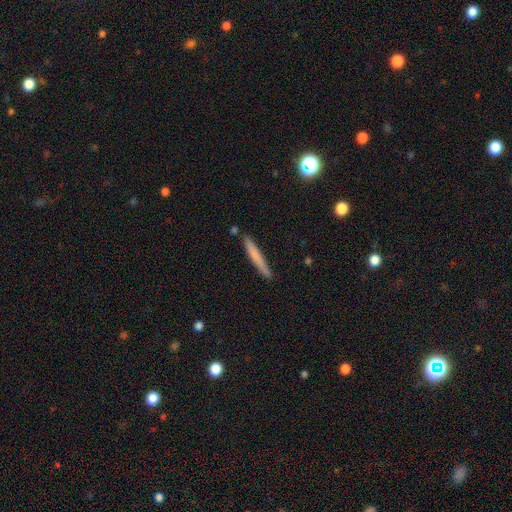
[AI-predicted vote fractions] Smooth or featured? Predicted: smooth (p=0.71). How rounded? Predicted: cigar-shaped (p=0.96). Merging? Predicted: none (p=0.86).